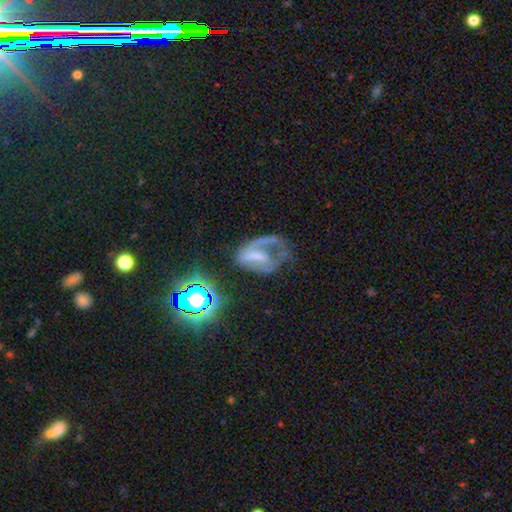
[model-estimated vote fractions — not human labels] Overall: featured or disk (64%). Edge-on disk: no (96%). Bar: no (36%; weak 35%). Spiral arms: yes (67%; no 33%). Bulge size: none (41%; moderate 24%). Merging: major disturbance (49%; none 28%).